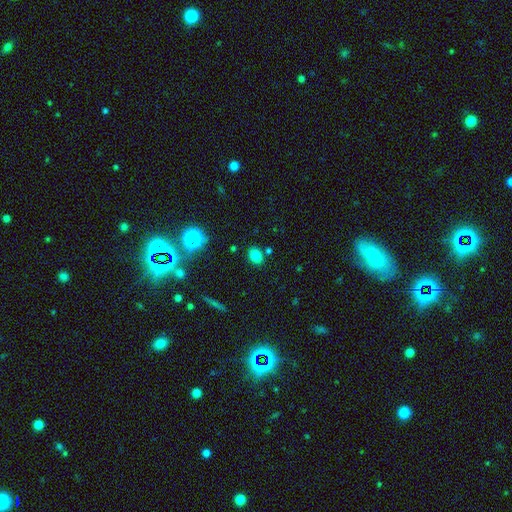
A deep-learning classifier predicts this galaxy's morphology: smooth 79%, star or artifact 14%, featured or disk 7%. Down the decision tree: how rounded — in between (63%); merging — none (80%).